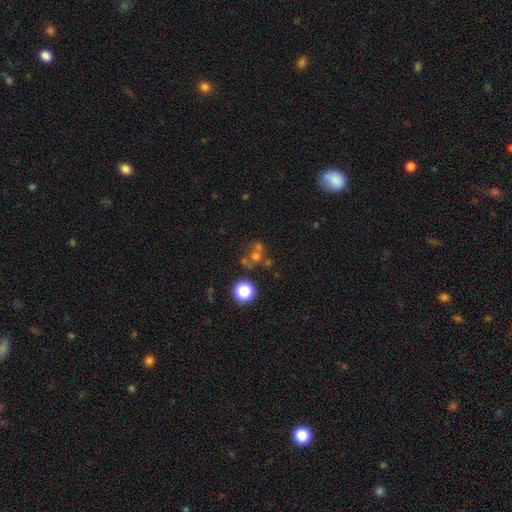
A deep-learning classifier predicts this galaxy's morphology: Smooth or featured: smooth — 43% (star or artifact — 37%)
Merging: none — 49% (merger — 32%)